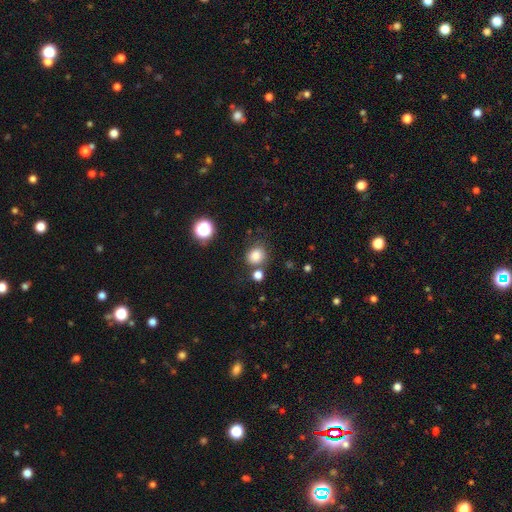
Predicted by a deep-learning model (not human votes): A smooth galaxy with no disk features (82%) that is round (77%). Merging: none (71%).